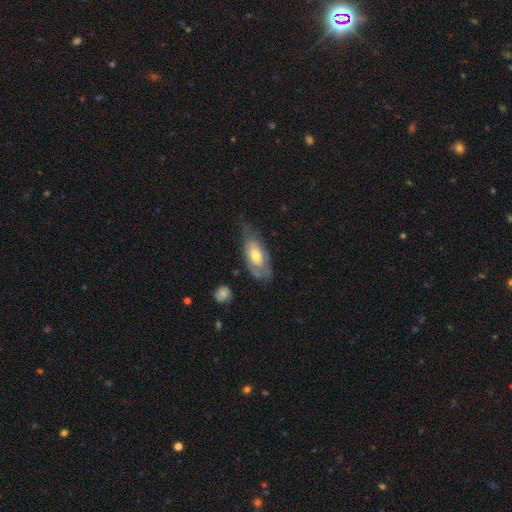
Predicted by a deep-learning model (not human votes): A smooth galaxy with no disk features (51%) that is in between round and cigar-shaped (87%).

Vote fractions:
- Smooth or featured? smooth: 51% / featured or disk: 43% / star or artifact: 6%
- How rounded? in between: 87% / cigar-shaped: 9% / round: 4%
- Merging? none: 50% / minor disturbance: 32% / major disturbance: 15% / merger: 3%